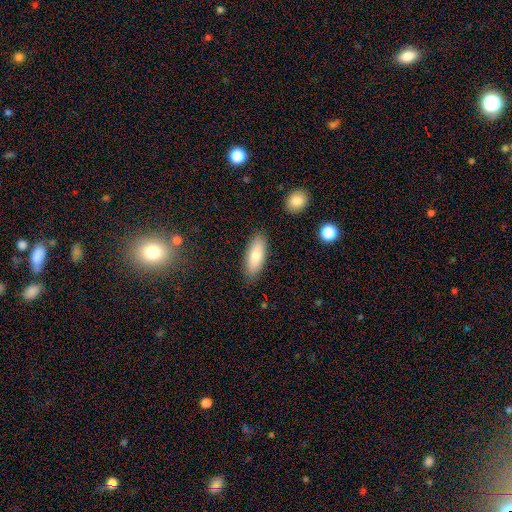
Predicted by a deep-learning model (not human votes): Smooth or featured: smooth — 78% (featured or disk — 15%)
How rounded: in between — 78% (cigar-shaped — 20%)
Merging: none — 85% (minor disturbance — 11%)